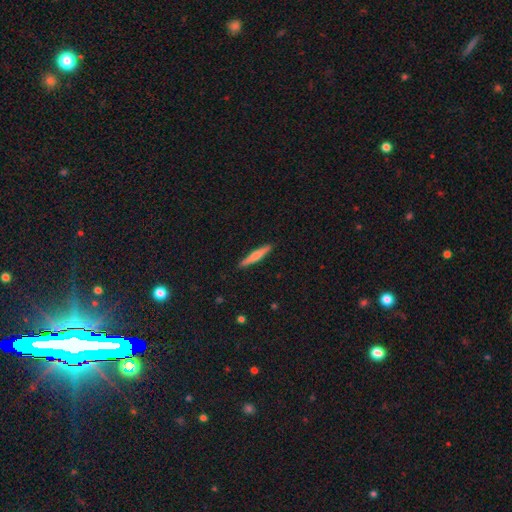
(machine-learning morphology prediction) Overall: smooth (58%; featured or disk 37%). How rounded: cigar-shaped (93%). Merging: none (91%).